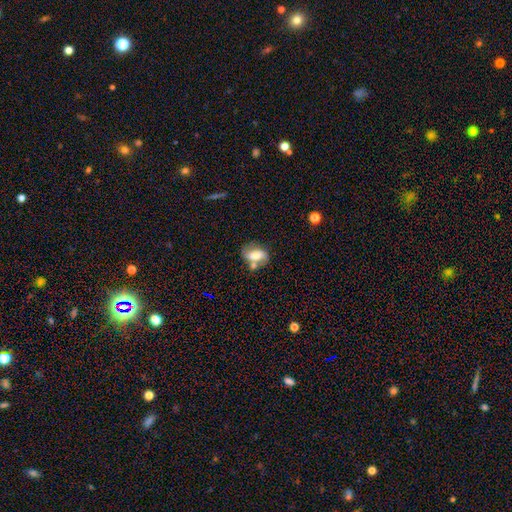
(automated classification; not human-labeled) smooth 55%, featured or disk 36%, star or artifact 9%. Down the decision tree: how rounded — in between (80%); merging — none (48%).